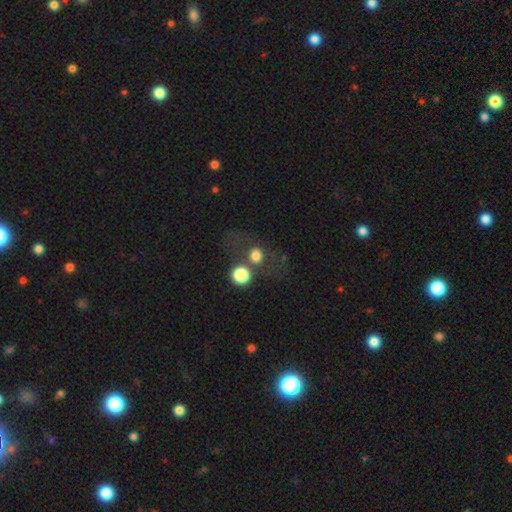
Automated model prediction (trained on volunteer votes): smooth_or_featured: smooth (p=0.72) [alt: star or artifact p=0.15]
how_rounded: round (p=0.76) [alt: in between p=0.22]
merging: none (p=0.50) [alt: merger p=0.29]